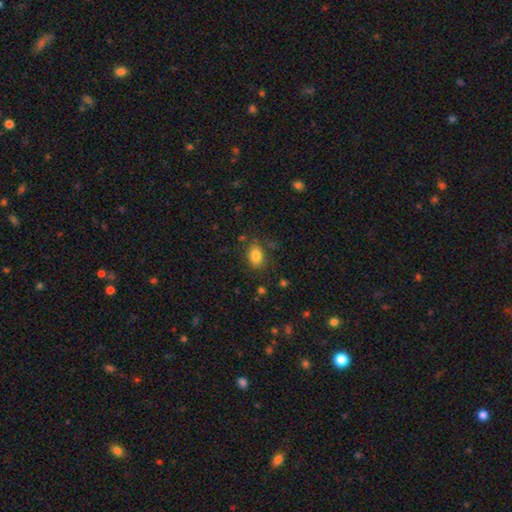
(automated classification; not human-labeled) smooth_or_featured: smooth (p=0.83) [alt: star or artifact p=0.10]
how_rounded: in between (p=0.80) [alt: round p=0.18]
merging: none (p=0.78) [alt: minor disturbance p=0.15]